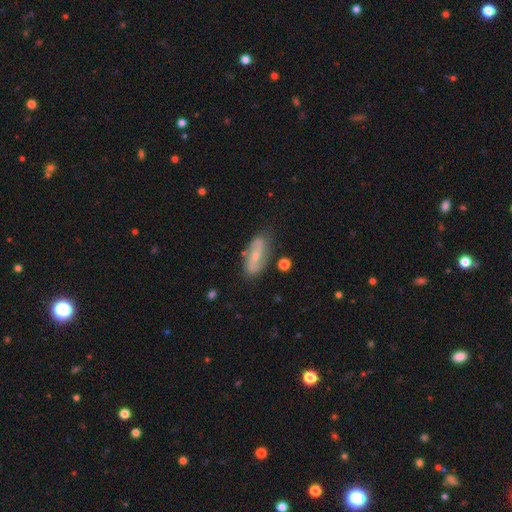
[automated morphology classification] A featured or disk galaxy (75%) with a weak bar (39%), 2 (90%) loose (40%) spiral arms (91%) and a small central bulge (58%).

Vote fractions:
- Smooth or featured? featured or disk: 75% / smooth: 19% / star or artifact: 6%
- Edge-on disk? no: 93% / yes: 7%
- Bar? weak: 39% / no: 37% / strong: 24%
- Spiral arms? yes: 91% / no: 9%
- Spiral winding? loose: 40% / medium: 39% / tight: 20%
- Spiral arm count? 2: 90% / can't tell: 6% / 1: 2% / 3: 1% / 4: 1% / more than 4: 1%
- Bulge size? small: 58% / moderate: 36% / none: 4% / large: 2% / dominant: 1%
- Merging? none: 78% / minor disturbance: 15% / major disturbance: 4% / merger: 3%